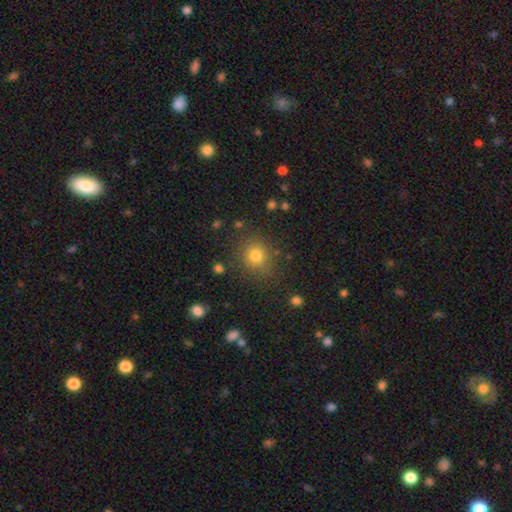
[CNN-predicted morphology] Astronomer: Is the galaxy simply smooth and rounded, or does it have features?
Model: smooth — 77%.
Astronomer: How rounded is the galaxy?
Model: round — 85%.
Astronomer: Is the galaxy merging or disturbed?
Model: none — 83%.